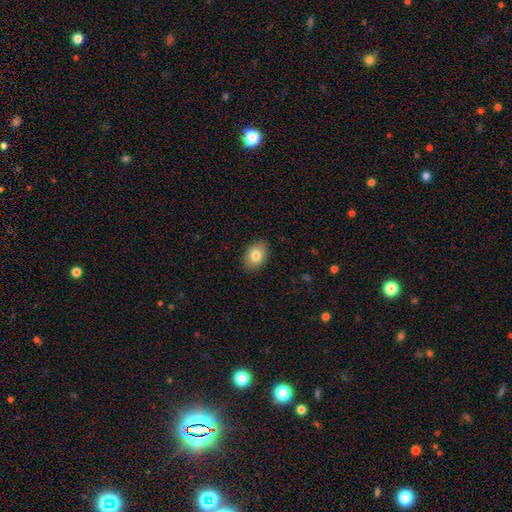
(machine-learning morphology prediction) Smooth or featured? smooth (81%)
How rounded? in between (78%)
Merging? none (89%)